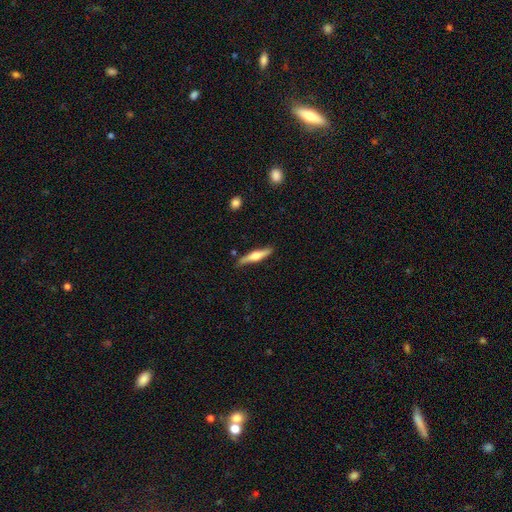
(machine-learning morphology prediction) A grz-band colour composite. It shows a featured or disk galaxy (54%) viewed edge-on (95%) with a rounded central bulge (86%). Merging: none (82%).